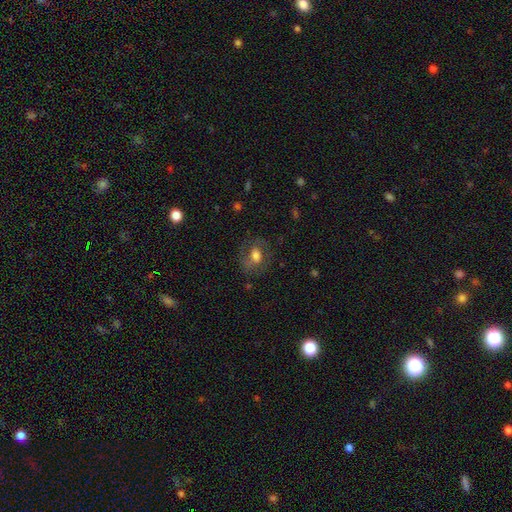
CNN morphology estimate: type=smooth (55%); roundness=in between (59%); merging=none (68%).